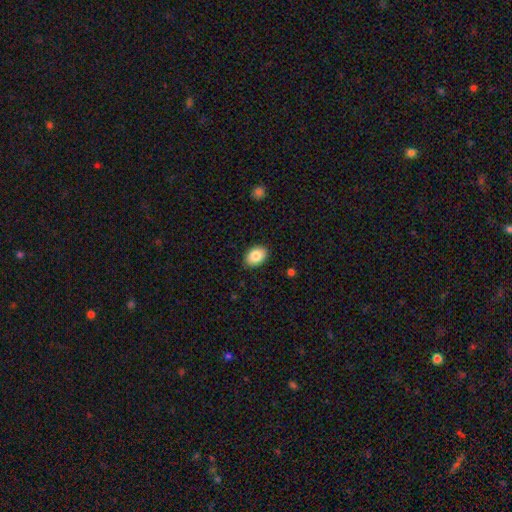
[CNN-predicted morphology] Smooth or featured? Predicted: smooth (p=0.86). How rounded? Predicted: in between (p=0.81). Merging? Predicted: none (p=0.89).